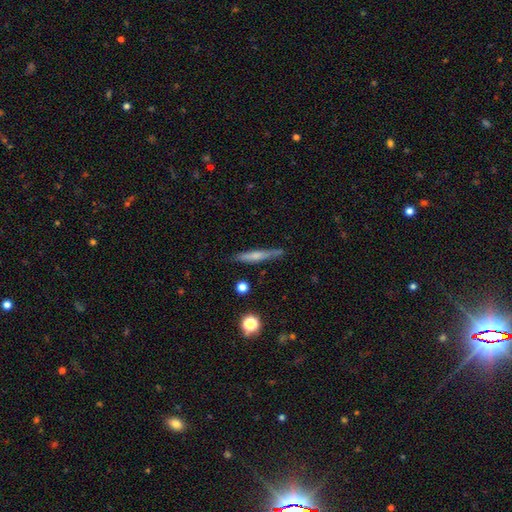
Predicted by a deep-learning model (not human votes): Smooth or featured: smooth — 47% (featured or disk — 45%)
Merging: none — 84% (minor disturbance — 12%)